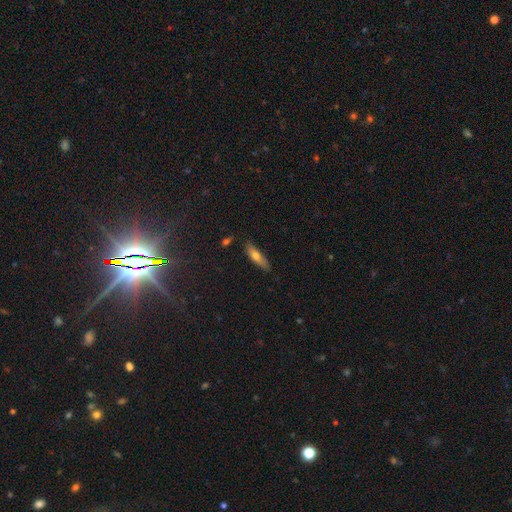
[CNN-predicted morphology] smooth 66%, featured or disk 26%, star or artifact 8%. Down the decision tree: how rounded — cigar-shaped (62%); merging — none (81%).